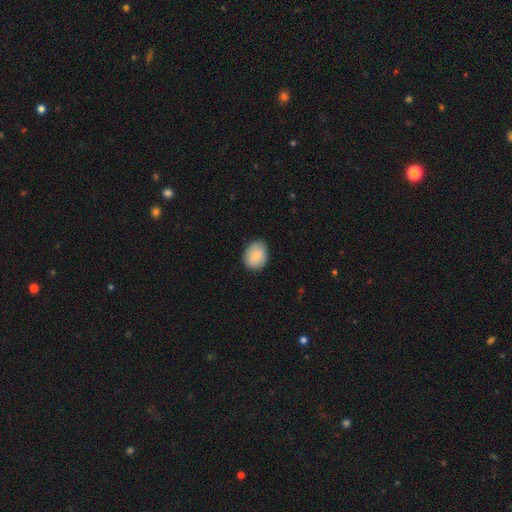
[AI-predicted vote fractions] Smooth or featured: smooth — 82% (featured or disk — 11%)
How rounded: round — 51% (in between — 48%)
Merging: none — 83% (minor disturbance — 14%)